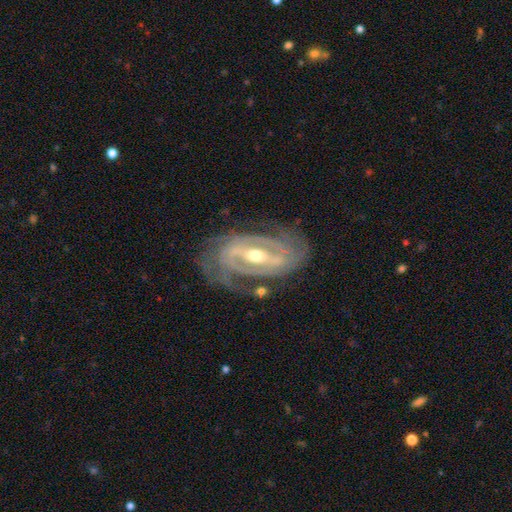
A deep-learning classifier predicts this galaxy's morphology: The model was most divided on "spiral winding": tight: 60%, medium: 32%, loose: 8%. More confident: edge-on disk — no (94%); spiral arms — yes (93%); smooth or featured — featured or disk (90%); merging — none (70%); bulge size — moderate (69%); bar — strong (64%); spiral arm count — 2 (60%).